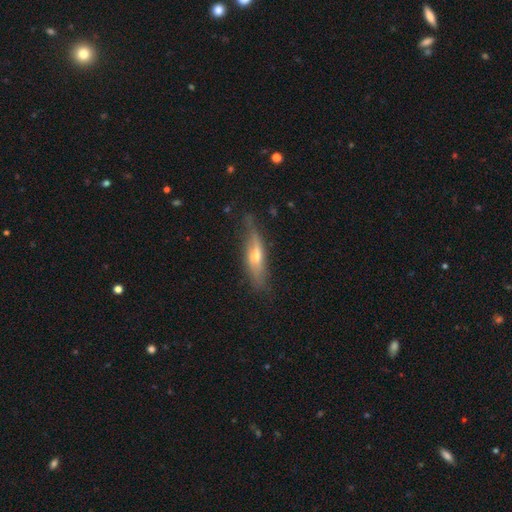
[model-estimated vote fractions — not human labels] Smooth or featured?
  - featured or disk: 53% *
  - smooth: 40%
  - star or artifact: 7%
Edge-on disk?
  - yes: 76% *
  - no: 24%
Merging?
  - none: 66% *
  - minor disturbance: 25%
  - major disturbance: 7%
  - merger: 2%